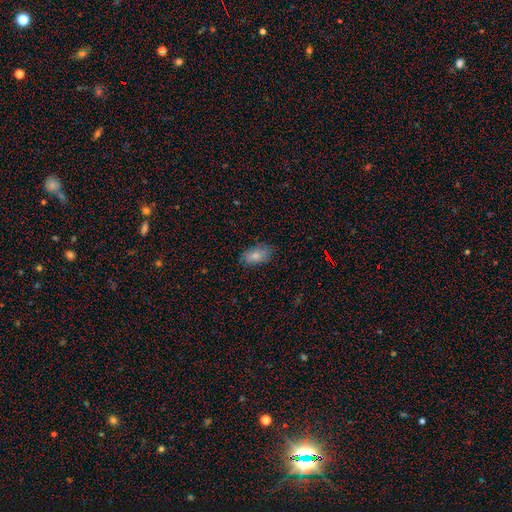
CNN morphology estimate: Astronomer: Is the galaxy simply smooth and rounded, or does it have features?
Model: smooth — 79%.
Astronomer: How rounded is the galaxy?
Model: in between — 92%.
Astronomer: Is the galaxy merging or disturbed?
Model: none — 76%.